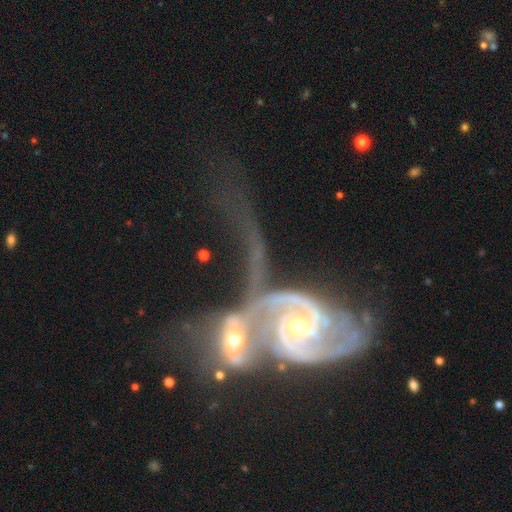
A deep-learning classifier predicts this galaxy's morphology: Q: Smooth or featured?
A: featured or disk (91%); runner-up: star or artifact (5%)
Q: Edge-on disk?
A: no (96%); runner-up: yes (4%)
Q: Bar?
A: no (49%); runner-up: weak (35%)
Q: Spiral arms?
A: yes (97%); runner-up: no (3%)
Q: Spiral winding?
A: medium (44%); runner-up: tight (39%)
Q: Spiral arm count?
A: 2 (82%); runner-up: can't tell (7%)
Q: Bulge size?
A: small (57%); runner-up: moderate (39%)
Q: Merging?
A: merger (67%); runner-up: none (13%)